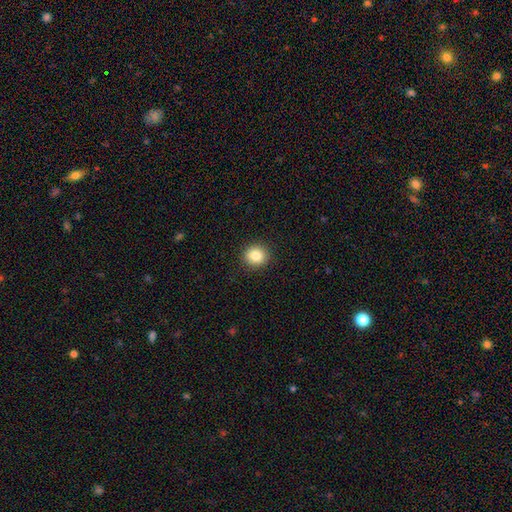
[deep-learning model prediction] Smooth or featured? smooth (84%)
How rounded? round (88%)
Merging? none (91%)